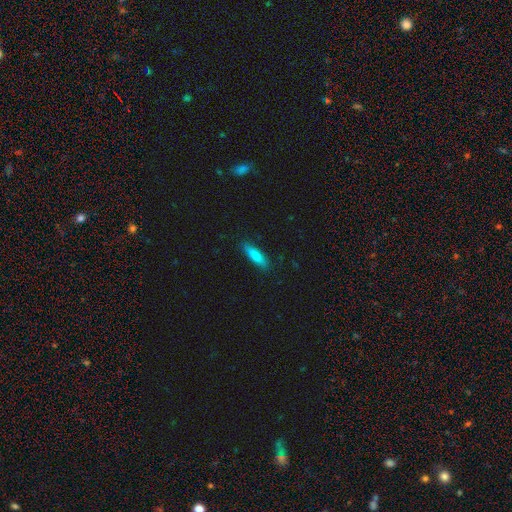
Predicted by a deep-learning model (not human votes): Smooth or featured: smooth — 80% (featured or disk — 14%)
How rounded: cigar-shaped — 68% (in between — 31%)
Merging: none — 85% (minor disturbance — 12%)